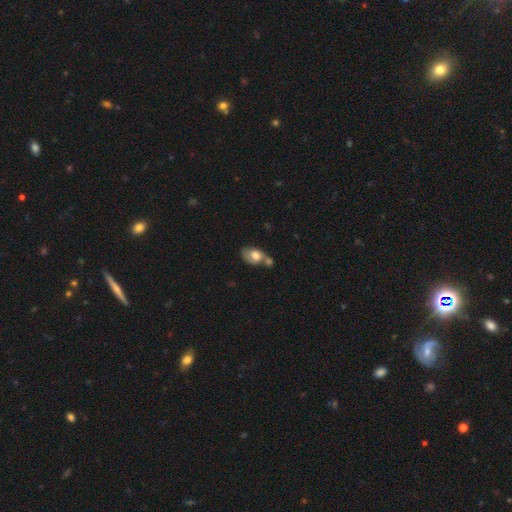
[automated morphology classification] smooth_or_featured: smooth (p=0.71) [alt: featured or disk p=0.21]
how_rounded: in between (p=0.79) [alt: round p=0.20]
merging: merger (p=0.45) [alt: none p=0.31]